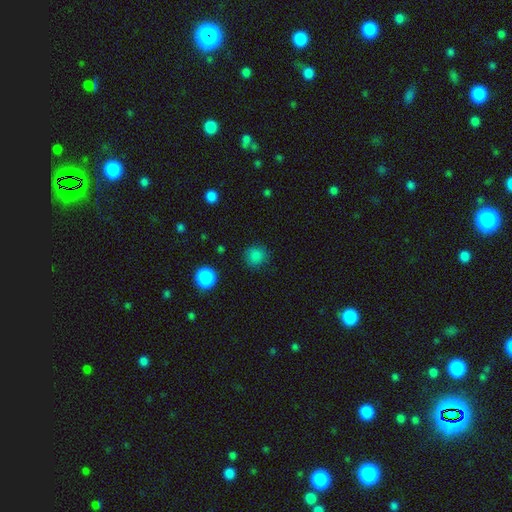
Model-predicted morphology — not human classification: This appears to be a smooth galaxy with no disk features (83%) that is round (90%). Merging: none (86%).